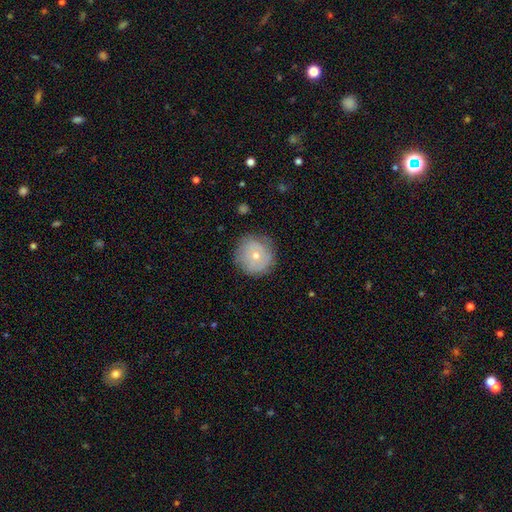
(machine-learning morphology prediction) Smooth or featured? smooth (59%)
How rounded? round (93%)
Merging? none (79%)